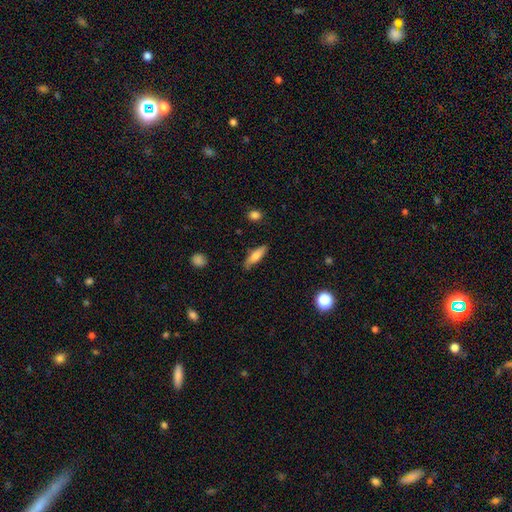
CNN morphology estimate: Smooth or featured? Predicted: smooth (p=0.70). How rounded? Predicted: cigar-shaped (p=0.54). Merging? Predicted: none (p=0.80).